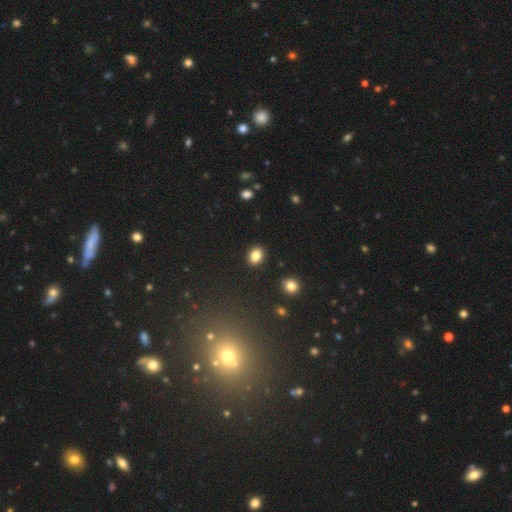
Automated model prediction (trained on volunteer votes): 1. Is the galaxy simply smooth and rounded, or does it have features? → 84% smooth, 10% star or artifact, 6% featured or disk.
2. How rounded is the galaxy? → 58% in between, 41% round, 1% cigar-shaped.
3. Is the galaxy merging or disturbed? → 90% none, 7% minor disturbance, 2% major disturbance, 2% merger.